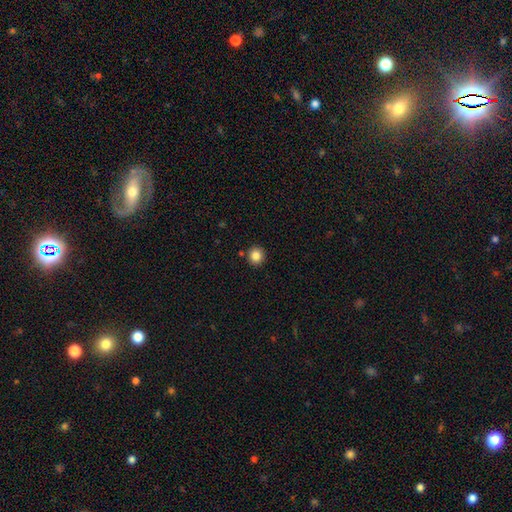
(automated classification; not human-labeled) The model was most divided on "smooth or featured": smooth: 84%, star or artifact: 10%, featured or disk: 5%. More confident: how rounded — round (92%); merging — none (90%).